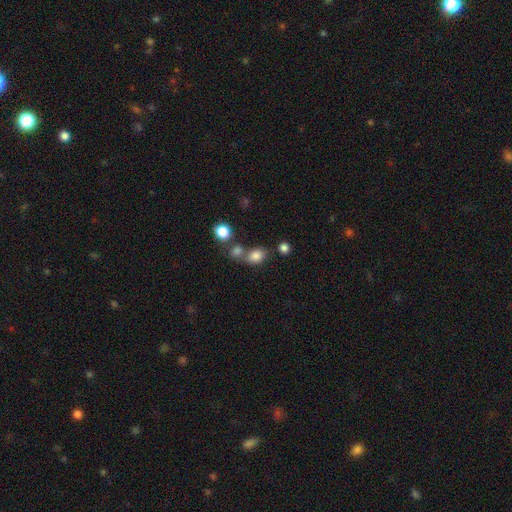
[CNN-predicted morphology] Smooth or featured?
  - smooth: 81% *
  - star or artifact: 12%
  - featured or disk: 7%
How rounded?
  - in between: 60% *
  - round: 39%
  - cigar-shaped: 2%
Merging?
  - none: 51% *
  - merger: 30%
  - minor disturbance: 13%
  - major disturbance: 5%